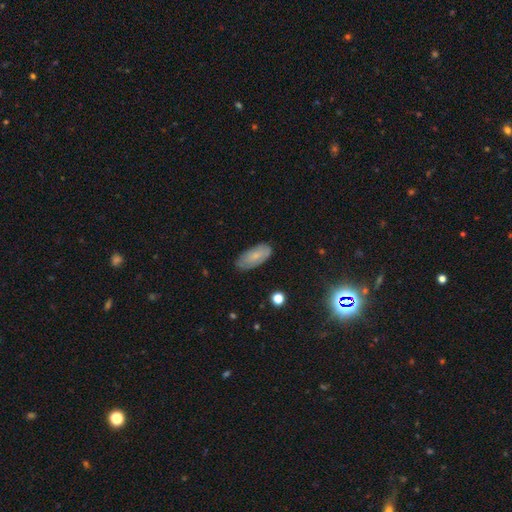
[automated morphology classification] Smooth or featured? Predicted: smooth (p=0.72). How rounded? Predicted: in between (p=0.87). Merging? Predicted: none (p=0.78).